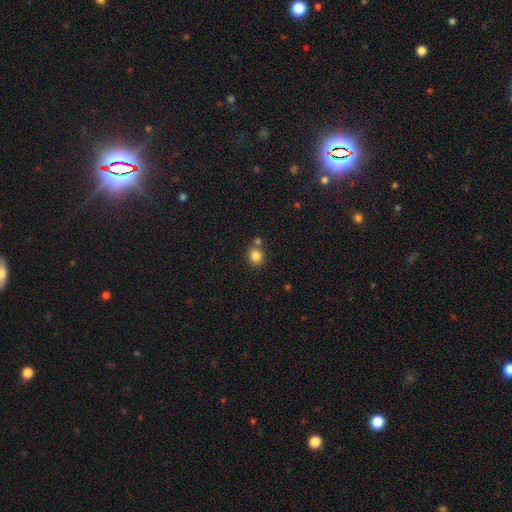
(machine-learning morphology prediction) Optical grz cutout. It shows a smooth galaxy with no disk features (84%) that is round (78%). Merging: none (64%).